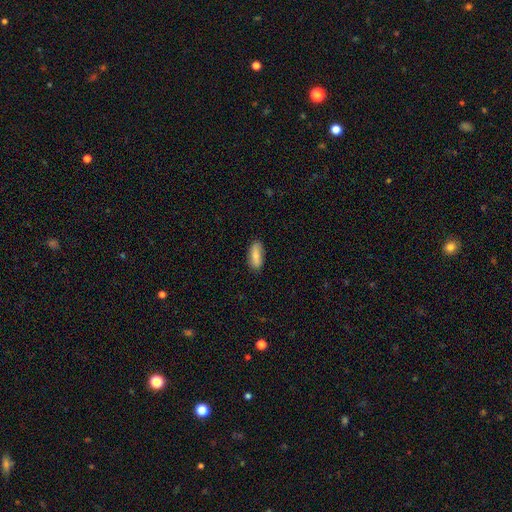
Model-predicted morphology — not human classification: Smooth or featured: smooth — 80% (featured or disk — 14%)
How rounded: in between — 80% (cigar-shaped — 18%)
Merging: none — 85% (minor disturbance — 12%)